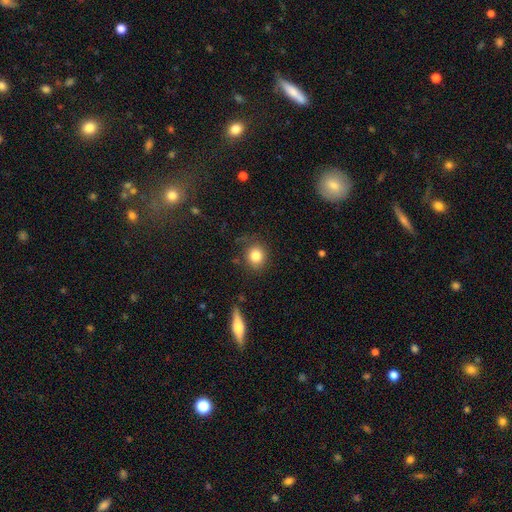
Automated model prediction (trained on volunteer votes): smooth-or-featured: smooth: 82% | star or artifact: 10% | featured or disk: 8%
  how-rounded: round: 82% | in between: 17% | cigar-shaped: 1%
  merging: none: 80% | minor disturbance: 13% | major disturbance: 4% | merger: 2%